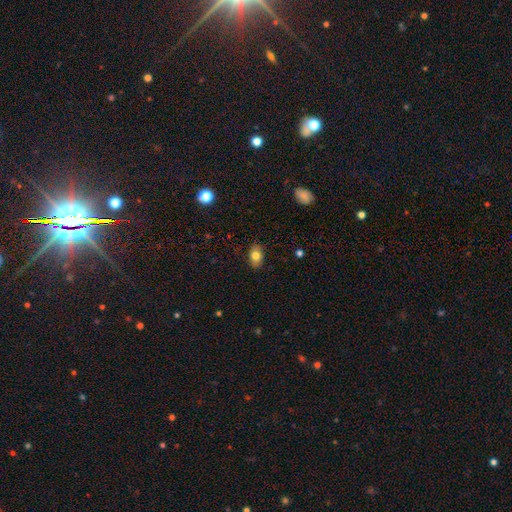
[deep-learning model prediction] smooth-or-featured: smooth: 79% | featured or disk: 12% | star or artifact: 9%
  how-rounded: in between: 85% | round: 13% | cigar-shaped: 2%
  merging: none: 86% | minor disturbance: 10% | major disturbance: 2% | merger: 1%